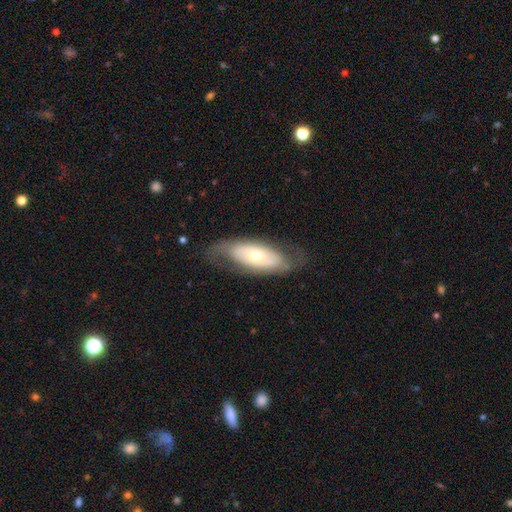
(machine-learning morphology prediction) featured or disk 52%, smooth 42%, star or artifact 6%. Down the decision tree: edge-on disk — no (81%); merging — none (70%).